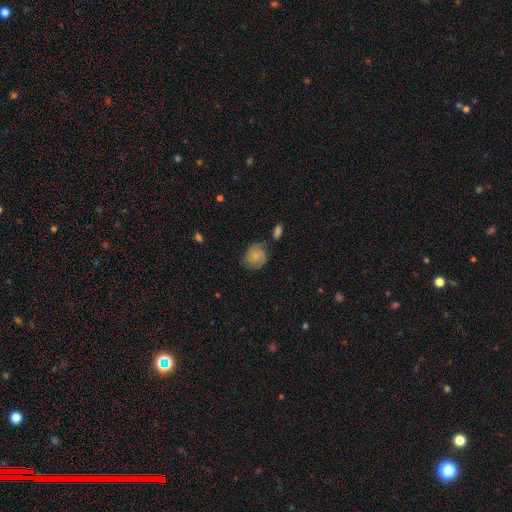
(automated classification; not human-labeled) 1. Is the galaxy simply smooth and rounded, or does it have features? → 47% featured or disk, 45% smooth, 8% star or artifact.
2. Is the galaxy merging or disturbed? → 64% none, 22% minor disturbance, 8% major disturbance, 6% merger.